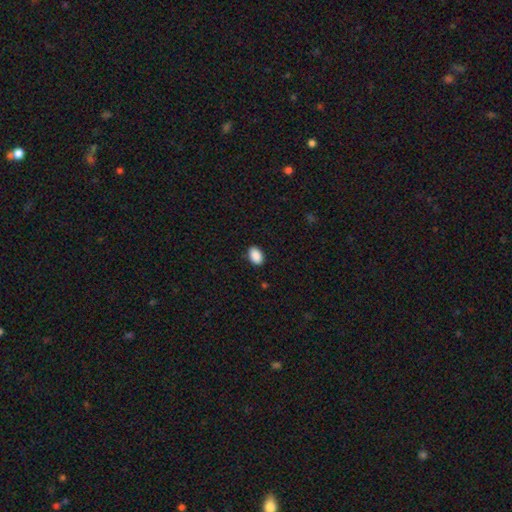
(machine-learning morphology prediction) smooth_or_featured: smooth (p=0.90) [alt: star or artifact p=0.07]
how_rounded: in between (p=0.90) [alt: round p=0.09]
merging: none (p=0.88) [alt: minor disturbance p=0.09]